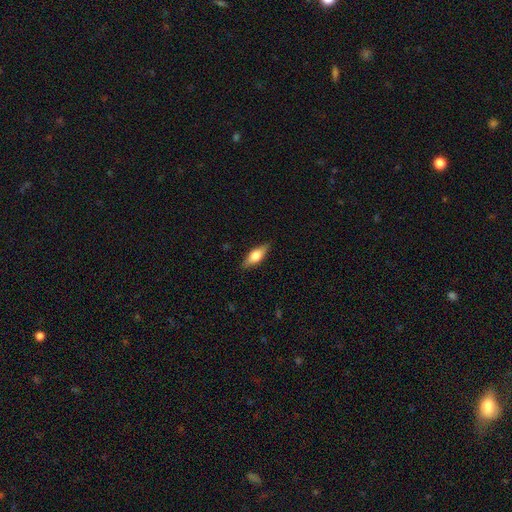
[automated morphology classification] A smooth galaxy with no disk features (54%) that is in between round and cigar-shaped (62%). Merging: none (86%).